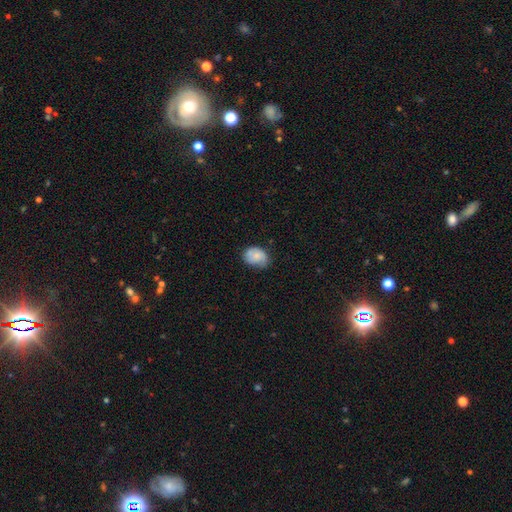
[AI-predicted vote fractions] Overall: smooth (68%). How rounded: in between (62%; round 37%). Merging: none (60%; minor disturbance 31%).